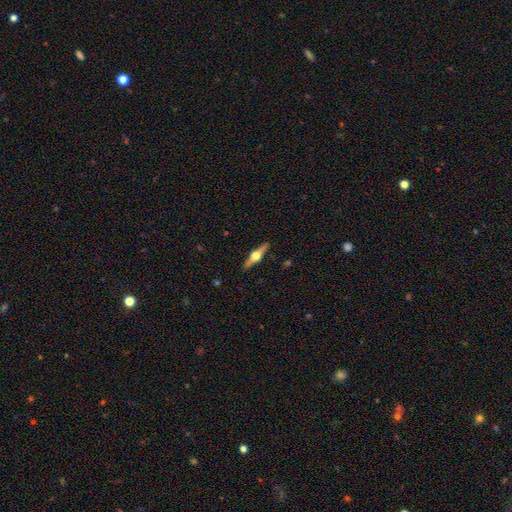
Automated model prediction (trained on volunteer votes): Overall: featured or disk (74%). Edge-on disk: yes (97%). Edge-on bulge: rounded (96%). Merging: none (90%).